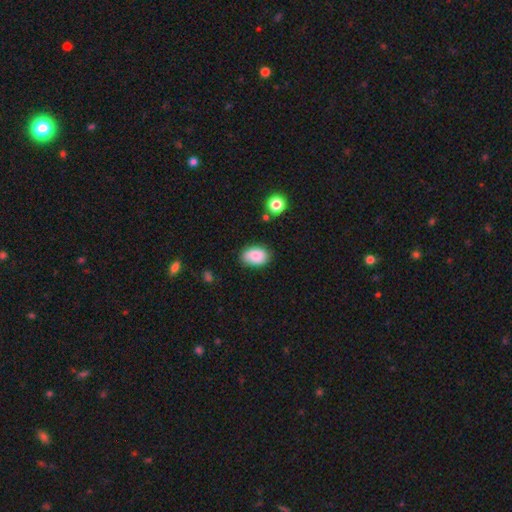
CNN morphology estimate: Q: Smooth or featured?
A: smooth (84%); runner-up: featured or disk (8%)
Q: How rounded?
A: in between (85%); runner-up: round (14%)
Q: Merging?
A: none (77%); runner-up: minor disturbance (17%)